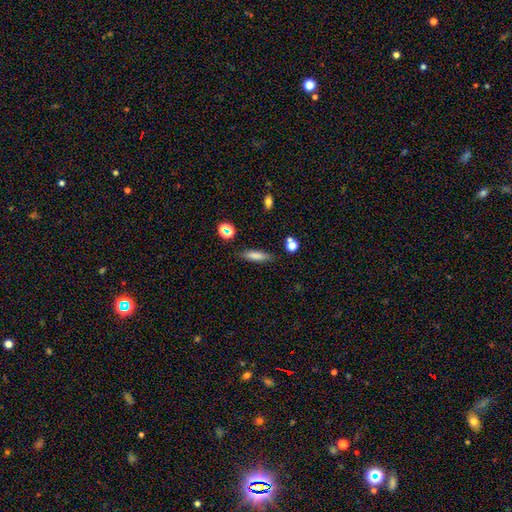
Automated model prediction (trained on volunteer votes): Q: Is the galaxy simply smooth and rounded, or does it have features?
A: smooth — 78%.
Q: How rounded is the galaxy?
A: cigar-shaped — 60%.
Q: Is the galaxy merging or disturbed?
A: none — 82%.